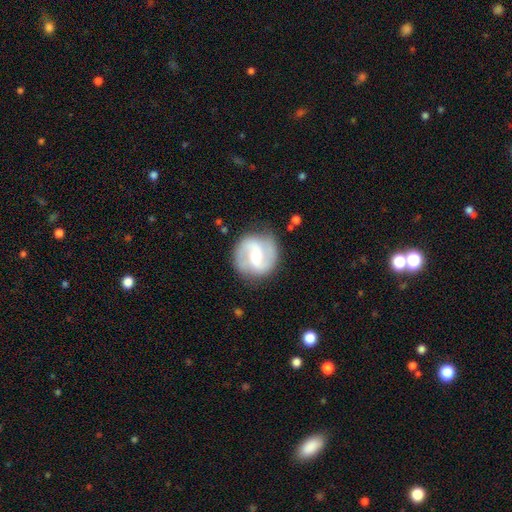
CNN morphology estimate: featured or disk 81%, smooth 14%, star or artifact 5%. Down the decision tree: edge-on disk — no (97%); bar — weak (44%); spiral arms — yes (92%); spiral arm count — 2 (91%); spiral winding — medium (50%); bulge size — moderate (57%); merging — none (82%).